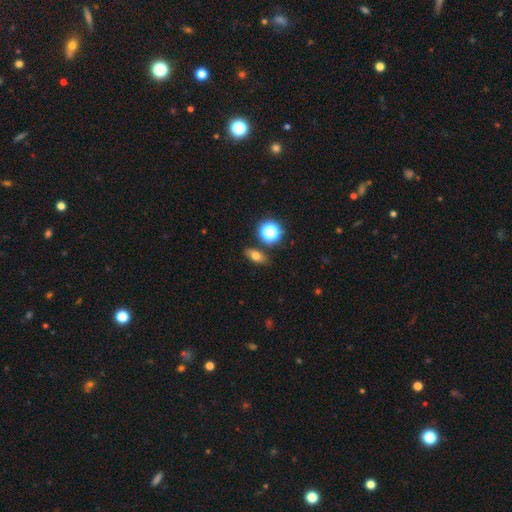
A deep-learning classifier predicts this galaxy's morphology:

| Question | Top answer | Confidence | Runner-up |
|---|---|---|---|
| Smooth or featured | smooth | 68% | star or artifact (16%) |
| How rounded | in between | 72% | round (18%) |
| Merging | none | 83% | minor disturbance (10%) |